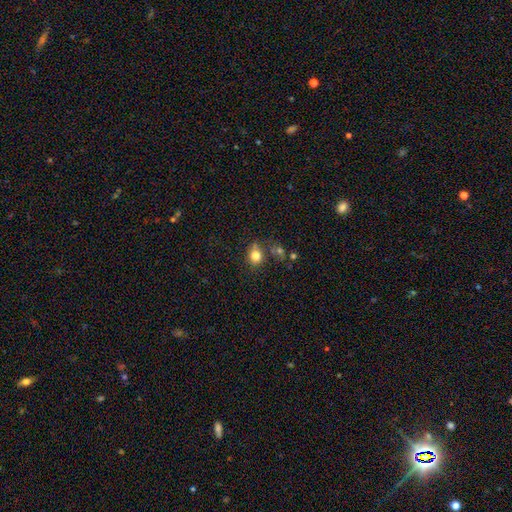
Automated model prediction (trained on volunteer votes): The model was most divided on "how rounded": round: 69%, in between: 30%, cigar-shaped: 1%. More confident: smooth or featured — smooth (79%); merging — none (63%).